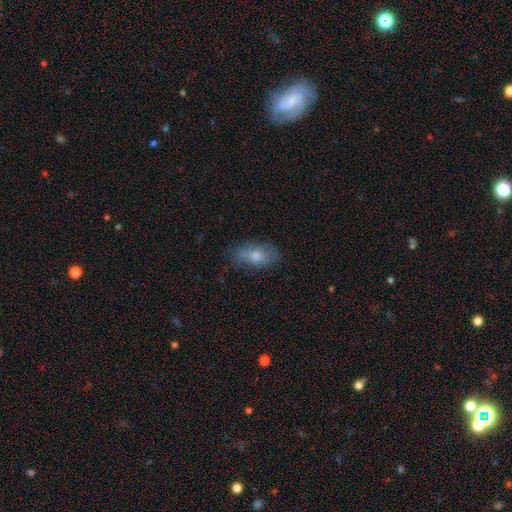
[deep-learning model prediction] This is likely a smooth galaxy (61%). How rounded: clearly in between (85%). Merging: likely none (70%).